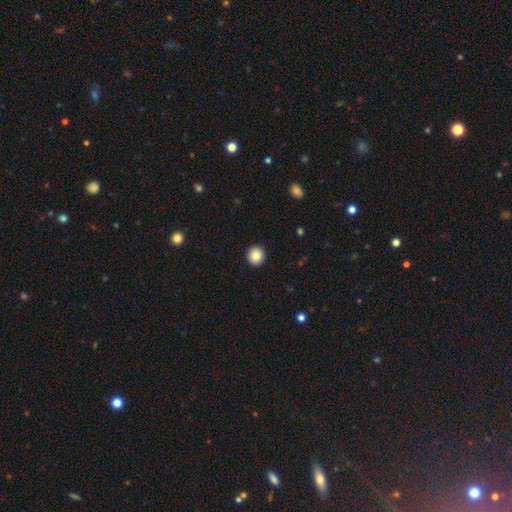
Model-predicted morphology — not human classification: smooth_or_featured: smooth (p=0.84) [alt: star or artifact p=0.09]
how_rounded: round (p=0.93) [alt: in between p=0.06]
merging: none (p=0.93) [alt: minor disturbance p=0.04]